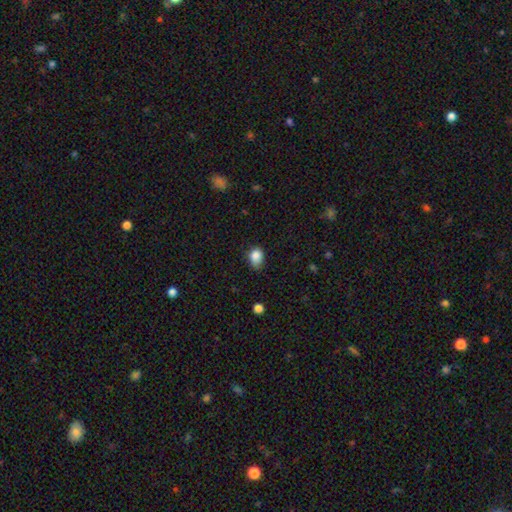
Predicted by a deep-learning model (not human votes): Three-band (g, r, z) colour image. It shows a smooth galaxy with no disk features (86%) that is in between round and cigar-shaped (66%). Merging: none (58%).